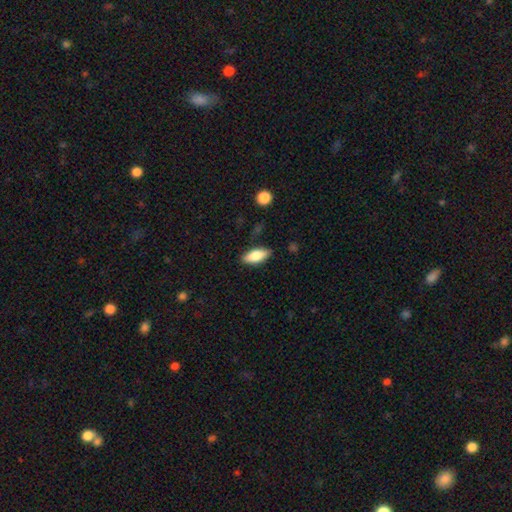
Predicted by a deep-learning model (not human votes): This is likely a smooth galaxy (75%). How rounded: likely in between (80%). Merging: clearly none (83%).